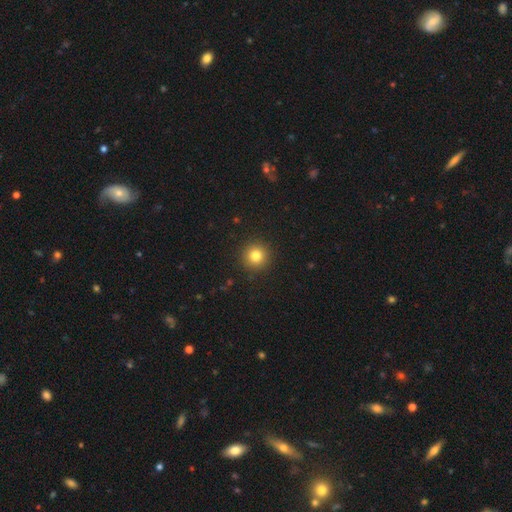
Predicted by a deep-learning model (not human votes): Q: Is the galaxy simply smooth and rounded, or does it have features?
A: smooth — 81%.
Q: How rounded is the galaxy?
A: round — 95%.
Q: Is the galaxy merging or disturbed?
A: none — 92%.